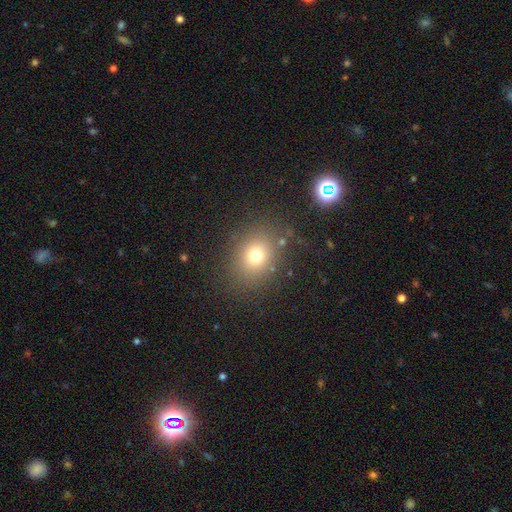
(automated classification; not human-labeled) This appears to be a smooth galaxy with no disk features (73%) that is round (58%). Merging: none (83%).